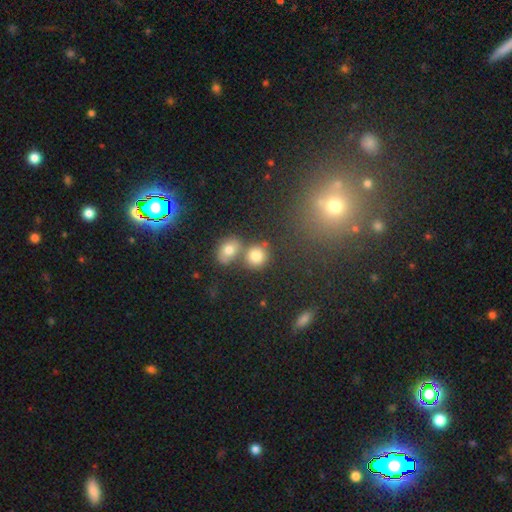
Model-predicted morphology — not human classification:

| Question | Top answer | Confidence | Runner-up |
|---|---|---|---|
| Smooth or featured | smooth | 79% | star or artifact (12%) |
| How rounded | round | 79% | in between (20%) |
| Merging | none | 55% | merger (32%) |